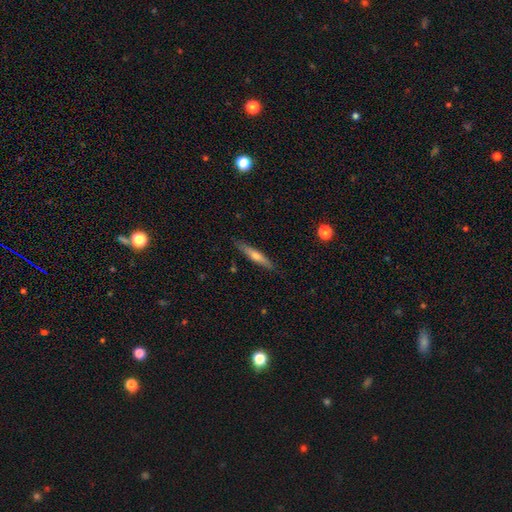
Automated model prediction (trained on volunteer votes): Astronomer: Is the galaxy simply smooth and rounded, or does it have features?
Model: smooth — 50% (runner-up: featured or disk, 44%).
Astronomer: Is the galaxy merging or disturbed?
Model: none — 87%.